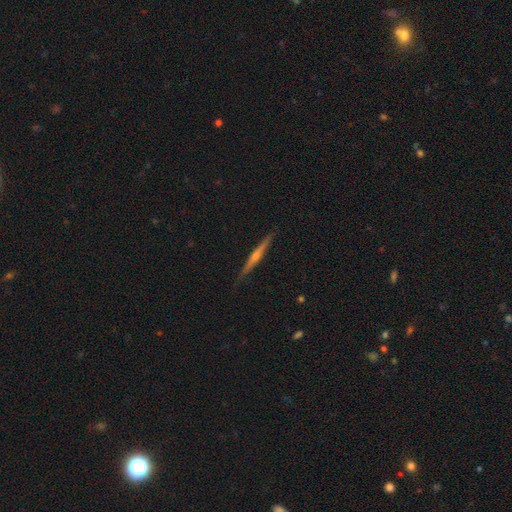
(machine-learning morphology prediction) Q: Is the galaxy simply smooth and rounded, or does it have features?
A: featured or disk — 77%.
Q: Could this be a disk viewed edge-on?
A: yes — 98%.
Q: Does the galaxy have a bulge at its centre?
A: rounded — 78%.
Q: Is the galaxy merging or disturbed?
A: none — 91%.